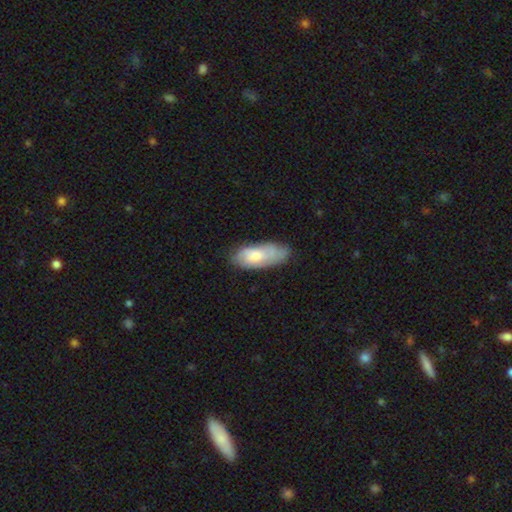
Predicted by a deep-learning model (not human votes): Overall: smooth (61%; featured or disk 33%). How rounded: in between (83%). Merging: none (58%; minor disturbance 31%).